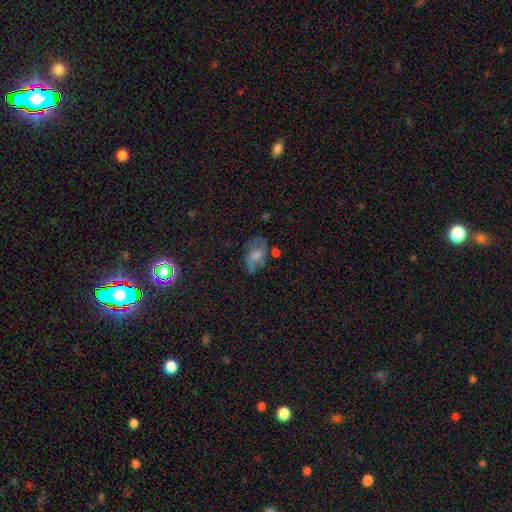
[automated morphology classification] A smooth galaxy with no disk features (44%, tied with featured or disk).

Vote fractions:
- Smooth or featured? smooth: 44% (tied) / featured or disk: 44% (tied) / star or artifact: 11%
- Merging? none: 52% / minor disturbance: 26% / major disturbance: 16% / merger: 7%